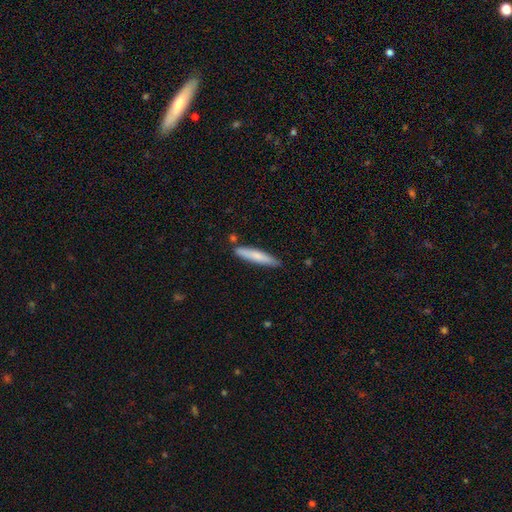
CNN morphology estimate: Smooth or featured: smooth — 73% (featured or disk — 21%)
How rounded: cigar-shaped — 91% (in between — 8%)
Merging: none — 83% (minor disturbance — 12%)